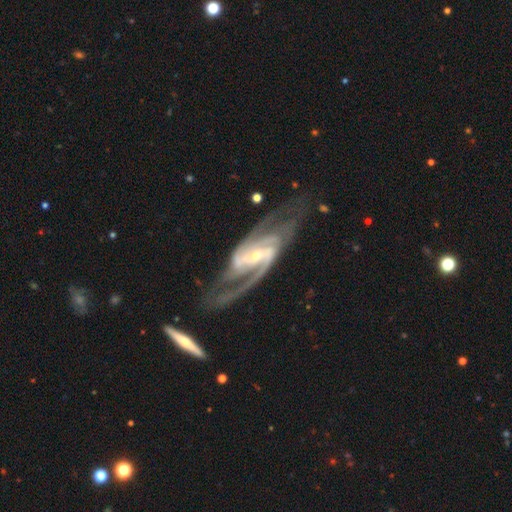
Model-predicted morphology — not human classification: smooth-or-featured: featured or disk: 93% | star or artifact: 4% | smooth: 3%
  disk-edge-on: no: 95% | yes: 5%
    bar: strong: 55% | weak: 31% | no: 14%
    has-spiral-arms: yes: 98% | no: 2%
      spiral-winding: medium: 56% | tight: 26% | loose: 18%
      spiral-arm-count: 2: 79% | 3: 9% | can't tell: 4% | 4: 3% | 1: 2% | more than 4: 2%
    bulge-size: small: 71% | moderate: 25% | large: 2% | none: 1% | dominant: 1%
  merging: none: 67% | minor disturbance: 17% | major disturbance: 13% | merger: 3%